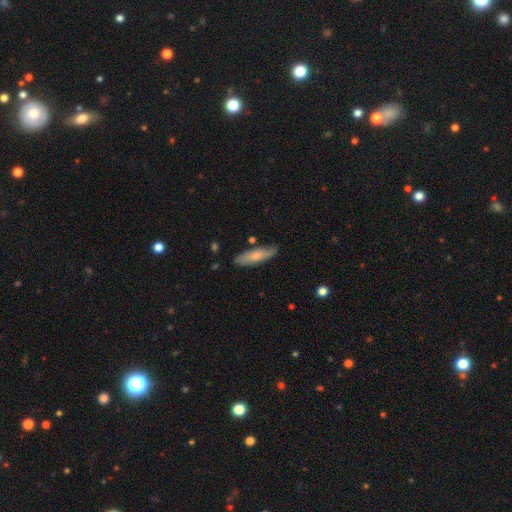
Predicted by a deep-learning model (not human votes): Smooth or featured: smooth — 65% (featured or disk — 30%)
How rounded: cigar-shaped — 55% (in between — 44%)
Merging: none — 71% (minor disturbance — 22%)